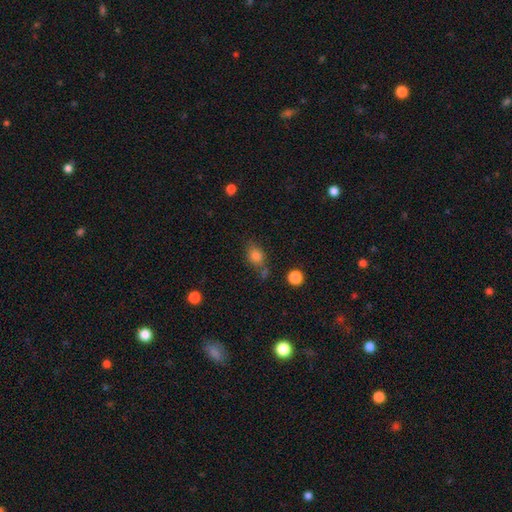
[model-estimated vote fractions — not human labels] Smooth or featured? Predicted: smooth (p=0.81). How rounded? Predicted: in between (p=0.63). Merging? Predicted: none (p=0.60).